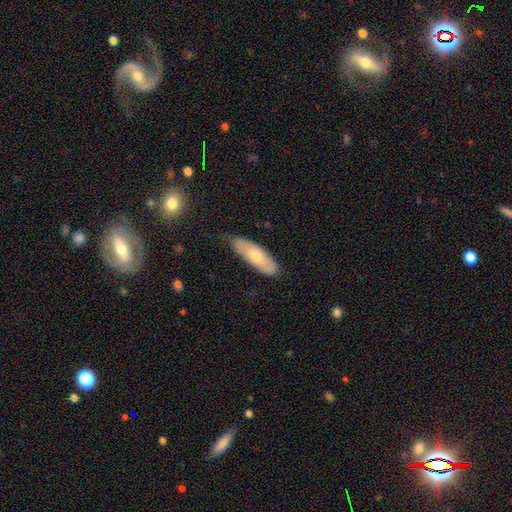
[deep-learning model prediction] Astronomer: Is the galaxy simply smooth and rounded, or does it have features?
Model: smooth — 65%.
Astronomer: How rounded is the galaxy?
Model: in between — 53% (runner-up: cigar-shaped, 45%).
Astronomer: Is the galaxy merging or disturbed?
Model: none — 67%.